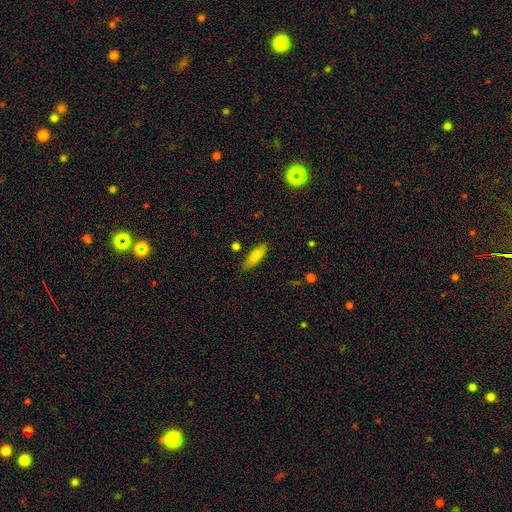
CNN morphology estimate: Smooth or featured: smooth — 83% (featured or disk — 10%)
How rounded: in between — 51% (cigar-shaped — 47%)
Merging: none — 82% (minor disturbance — 13%)